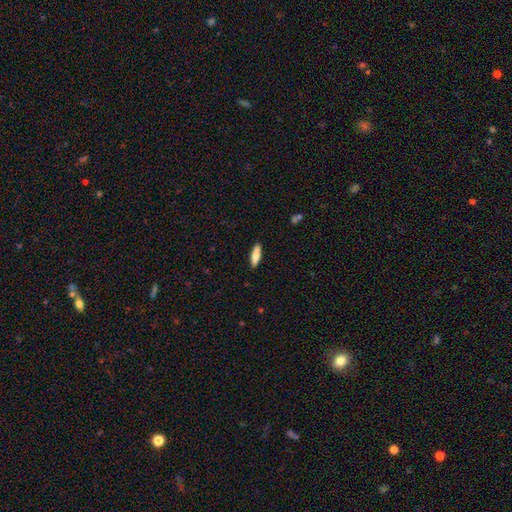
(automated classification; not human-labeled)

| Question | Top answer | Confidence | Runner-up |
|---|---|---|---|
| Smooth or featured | smooth | 78% | featured or disk (16%) |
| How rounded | cigar-shaped | 62% | in between (36%) |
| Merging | none | 88% | minor disturbance (9%) |